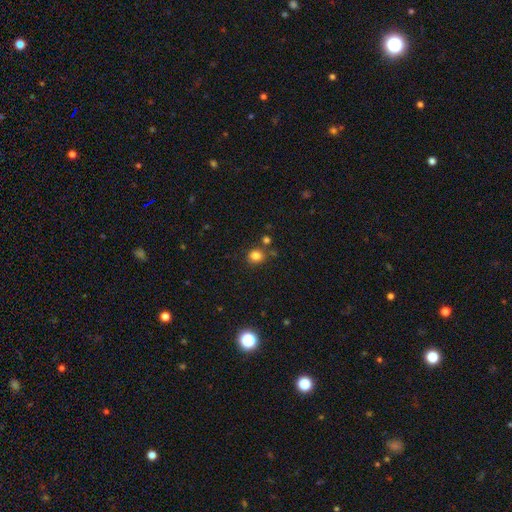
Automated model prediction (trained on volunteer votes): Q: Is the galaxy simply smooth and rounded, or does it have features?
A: smooth — 82%.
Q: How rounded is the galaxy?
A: round — 81%.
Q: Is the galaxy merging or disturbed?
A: none — 77%.